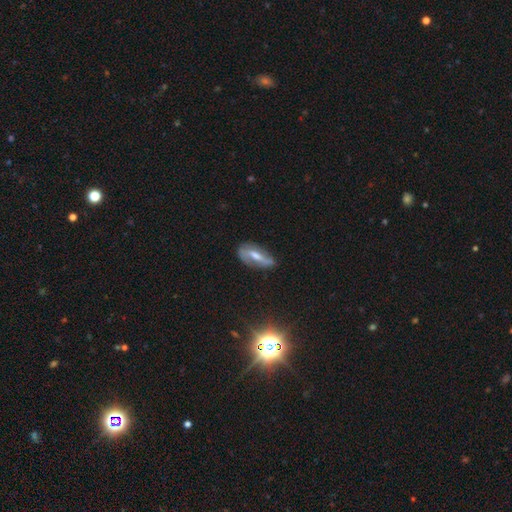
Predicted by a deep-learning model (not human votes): This is possibly a featured or disk galaxy (56%). It is clearly not viewed edge-on (83%). Merging: possibly none (59%).